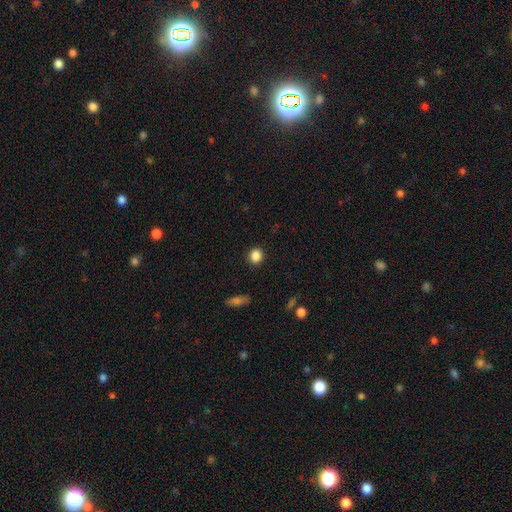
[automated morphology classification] Smooth or featured? smooth (86%)
How rounded? round (78%)
Merging? none (90%)